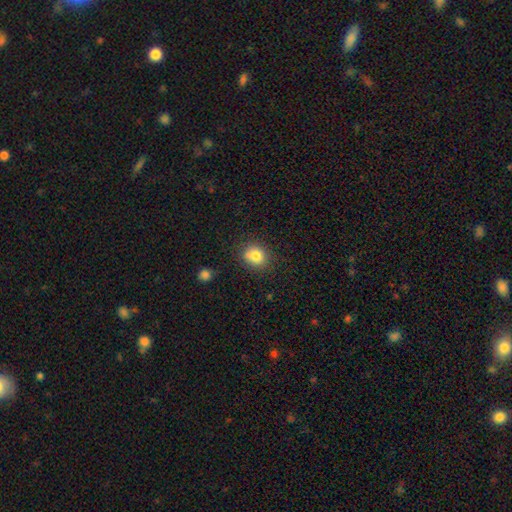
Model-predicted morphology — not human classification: Smooth or featured? Predicted: smooth (p=0.80). How rounded? Predicted: round (p=0.72). Merging? Predicted: none (p=0.71).